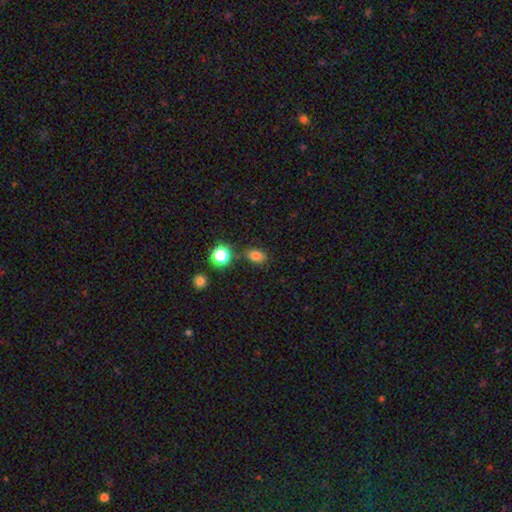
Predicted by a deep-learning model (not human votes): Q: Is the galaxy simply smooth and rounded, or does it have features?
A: smooth — 77%.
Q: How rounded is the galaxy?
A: in between — 72%.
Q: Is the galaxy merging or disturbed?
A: none — 77%.